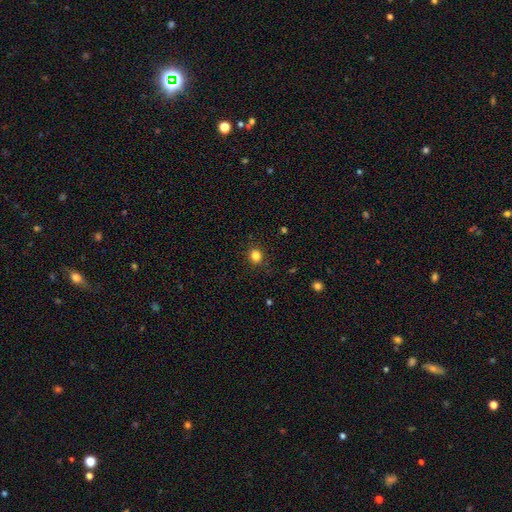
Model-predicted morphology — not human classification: This appears to be a smooth galaxy with no disk features (83%) that is round (78%). Merging: none (89%).